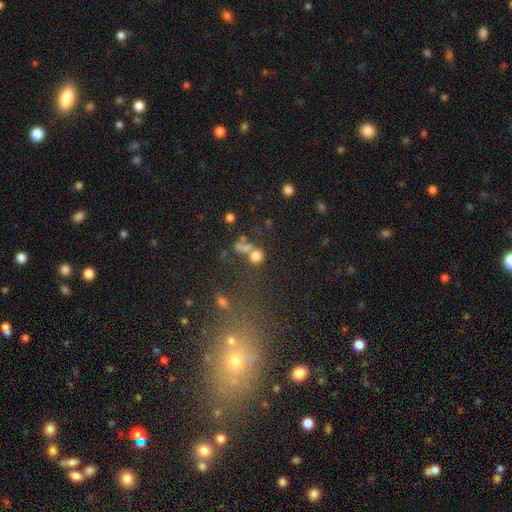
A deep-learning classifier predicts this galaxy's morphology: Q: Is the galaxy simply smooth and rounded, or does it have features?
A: smooth — 71%.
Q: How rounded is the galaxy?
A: round — 79%.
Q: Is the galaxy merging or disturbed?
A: none — 43%.